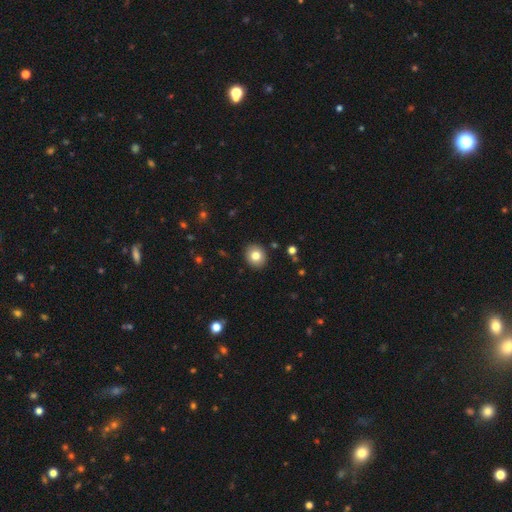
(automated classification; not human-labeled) smooth_or_featured: smooth (p=0.81) [alt: star or artifact p=0.10]
how_rounded: round (p=0.71) [alt: in between p=0.28]
merging: none (p=0.91) [alt: minor disturbance p=0.06]